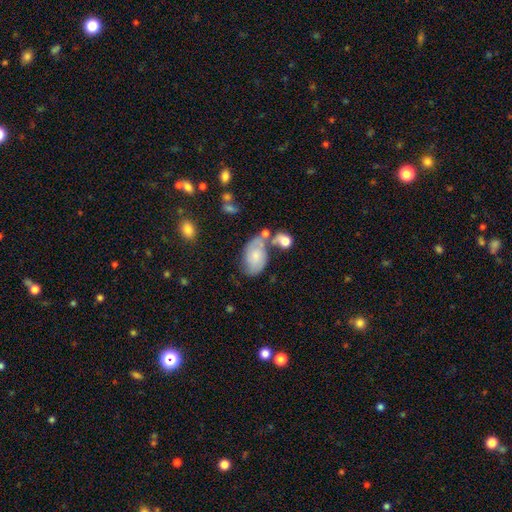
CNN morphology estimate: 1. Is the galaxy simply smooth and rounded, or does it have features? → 57% smooth, 35% featured or disk, 8% star or artifact.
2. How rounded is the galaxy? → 90% in between, 8% round, 1% cigar-shaped.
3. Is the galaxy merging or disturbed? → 38% none, 25% merger, 23% minor disturbance, 14% major disturbance.